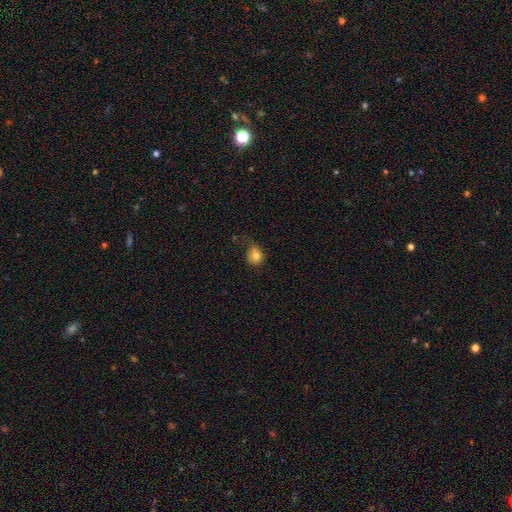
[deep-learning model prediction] A smooth galaxy with no disk features (79%) that is round (74%). Merging: none (51%).